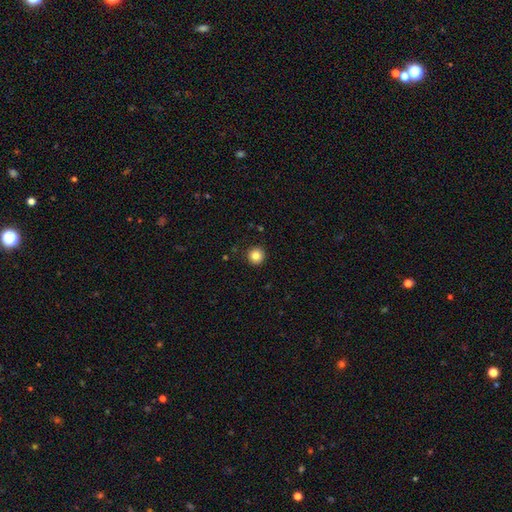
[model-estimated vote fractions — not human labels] smooth-or-featured: smooth: 84% | star or artifact: 11% | featured or disk: 6%
  how-rounded: round: 96% | in between: 3% | cigar-shaped: 1%
  merging: none: 92% | minor disturbance: 5% | major disturbance: 2% | merger: 1%